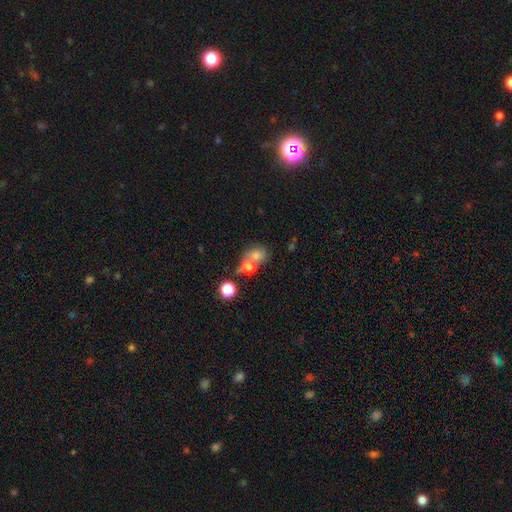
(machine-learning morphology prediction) Smooth or featured?
  - smooth: 66% *
  - star or artifact: 19%
  - featured or disk: 15%
How rounded?
  - round: 59% *
  - in between: 39%
  - cigar-shaped: 2%
Merging?
  - merger: 42% *
  - none: 40%
  - minor disturbance: 11%
  - major disturbance: 7%